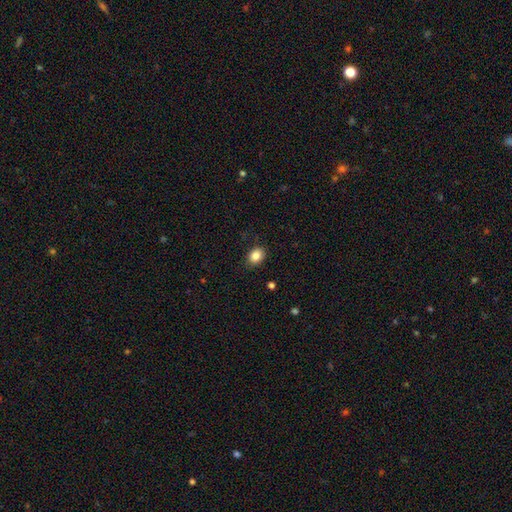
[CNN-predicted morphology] Smooth or featured? Predicted: smooth (p=0.86). How rounded? Predicted: in between (p=0.60). Merging? Predicted: none (p=0.85).